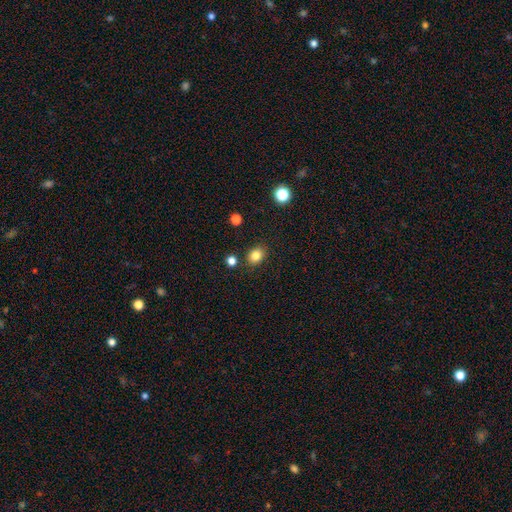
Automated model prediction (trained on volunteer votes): Overall: smooth (83%). How rounded: round (53%; in between 46%). Merging: none (84%).